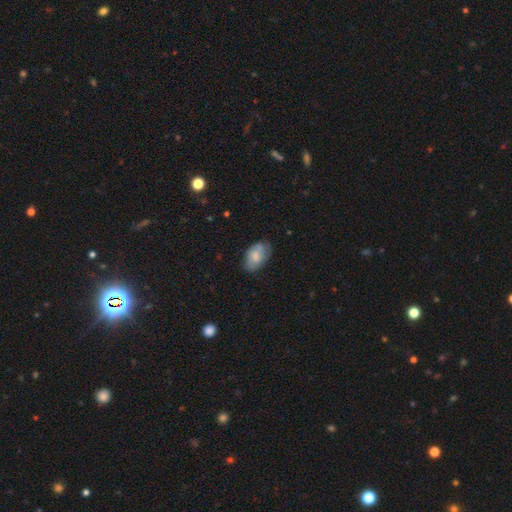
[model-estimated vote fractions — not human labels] smooth-or-featured: smooth: 68% | featured or disk: 25% | star or artifact: 7%
  how-rounded: in between: 92% | round: 6% | cigar-shaped: 2%
  merging: none: 63% | minor disturbance: 27% | major disturbance: 7% | merger: 2%